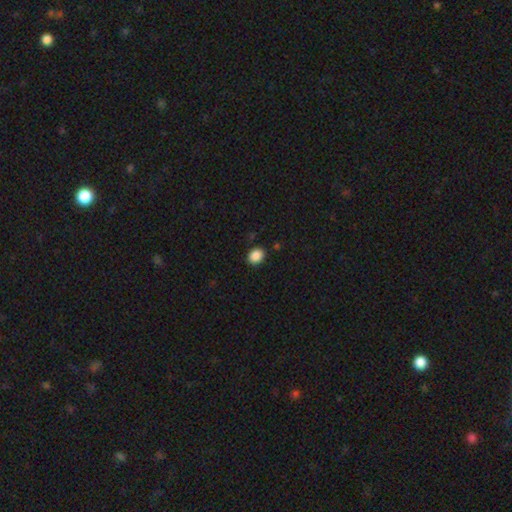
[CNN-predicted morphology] Smooth or featured?
  - smooth: 89% *
  - star or artifact: 9%
  - featured or disk: 3%
How rounded?
  - in between: 57% *
  - round: 42%
  - cigar-shaped: 1%
Merging?
  - none: 89% *
  - minor disturbance: 8%
  - major disturbance: 2%
  - merger: 1%